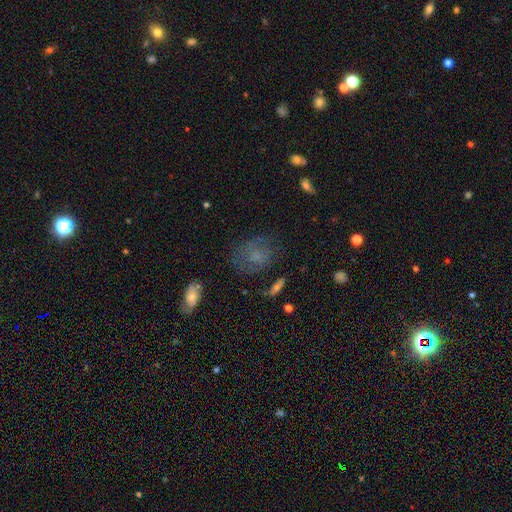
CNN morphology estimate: Smooth or featured?
  - smooth: 49% *
  - featured or disk: 31%
  - star or artifact: 19%
Merging?
  - none: 60% *
  - minor disturbance: 21%
  - major disturbance: 16%
  - merger: 3%